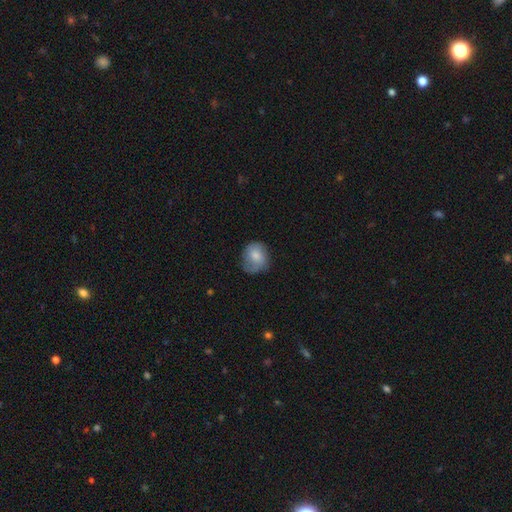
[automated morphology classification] A smooth galaxy with no disk features (74%) that is round (68%). Merging: none (57%).